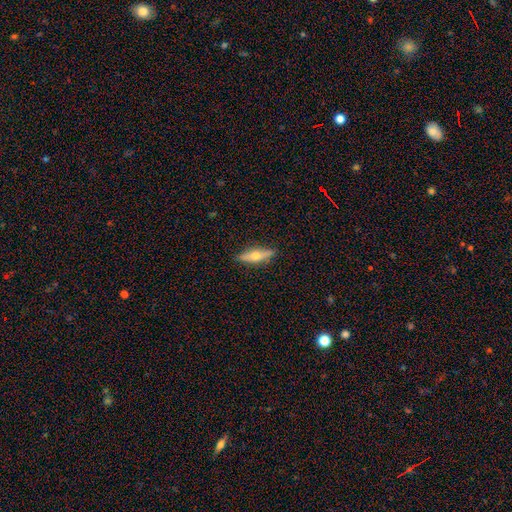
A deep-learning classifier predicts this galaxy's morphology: smooth_or_featured: featured or disk (p=0.51) [alt: smooth p=0.43]
disk_edge_on: yes (p=0.91) [alt: no p=0.09]
merging: none (p=0.87) [alt: minor disturbance p=0.10]